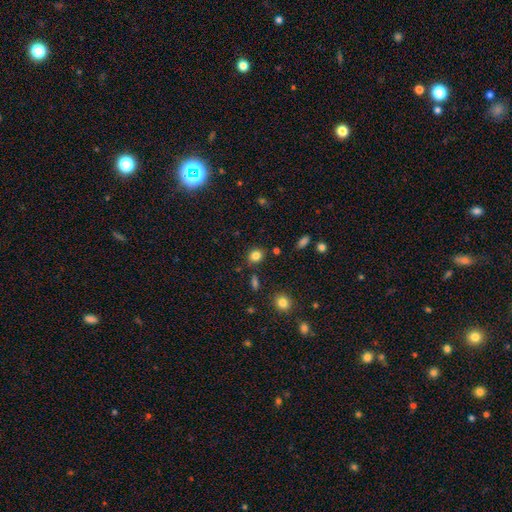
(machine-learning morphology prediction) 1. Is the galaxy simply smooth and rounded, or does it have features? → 83% smooth, 12% star or artifact, 5% featured or disk.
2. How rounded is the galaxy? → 67% round, 32% in between, 1% cigar-shaped.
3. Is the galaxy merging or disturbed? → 84% none, 9% minor disturbance, 4% merger, 3% major disturbance.